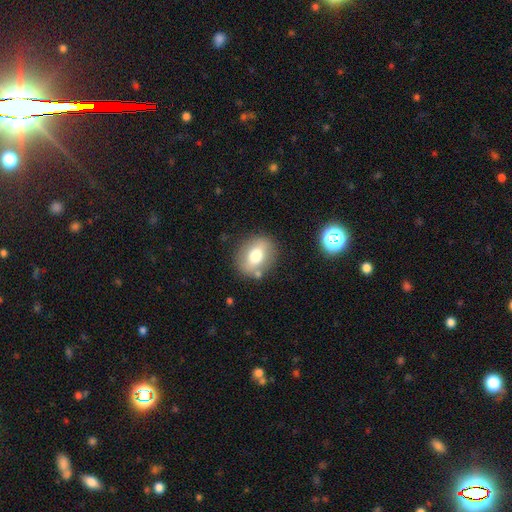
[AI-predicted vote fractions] smooth-or-featured: smooth: 64% | featured or disk: 26% | star or artifact: 9%
  how-rounded: round: 49% (tied) | in between: 49% (tied) | cigar-shaped: 2%
  merging: none: 79% | minor disturbance: 12% | merger: 5% | major disturbance: 4%